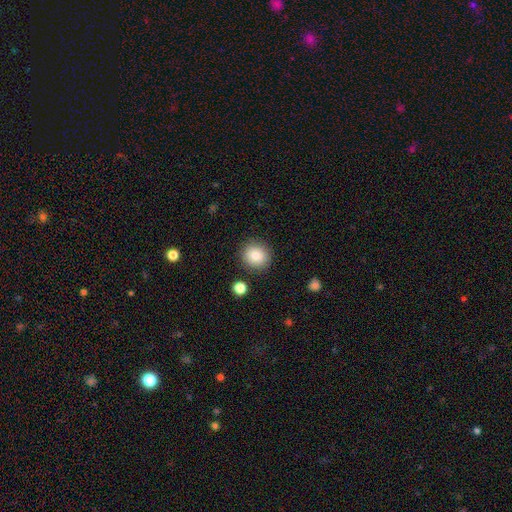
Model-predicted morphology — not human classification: This appears to be a smooth galaxy with no disk features (84%) that is round (88%). Merging: none (88%).